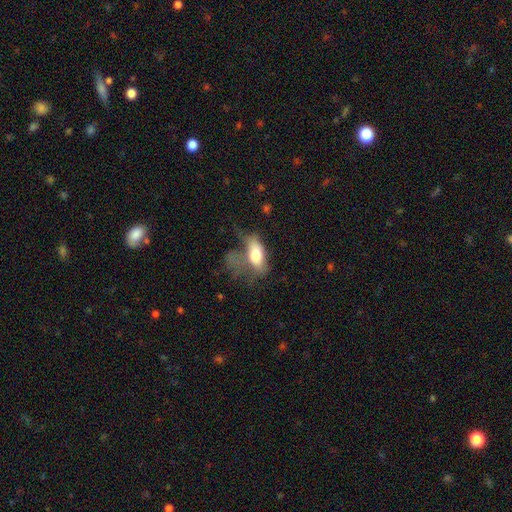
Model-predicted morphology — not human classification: smooth_or_featured: smooth (p=0.70) [alt: featured or disk p=0.22]
how_rounded: in between (p=0.87) [alt: cigar-shaped p=0.09]
merging: major disturbance (p=0.47) [alt: minor disturbance p=0.22]